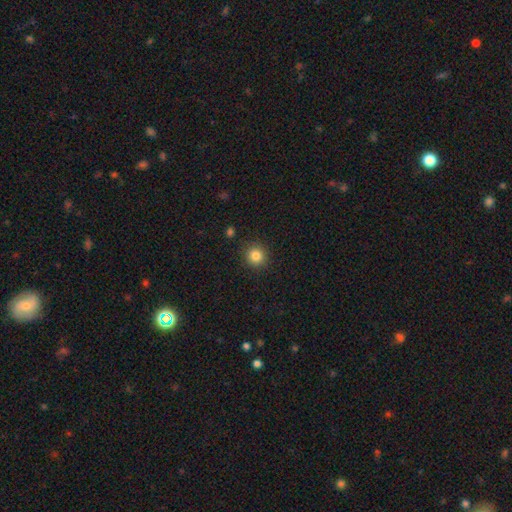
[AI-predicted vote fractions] Smooth or featured? smooth (83%)
How rounded? round (93%)
Merging? none (90%)